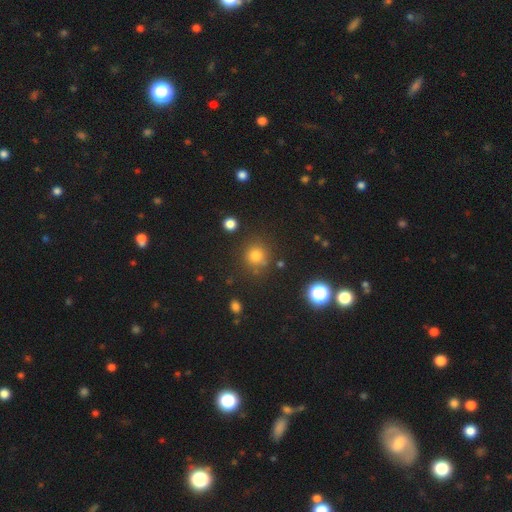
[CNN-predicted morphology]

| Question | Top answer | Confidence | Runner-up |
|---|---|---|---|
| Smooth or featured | smooth | 75% | star or artifact (19%) |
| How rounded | round | 91% | in between (8%) |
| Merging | none | 83% | minor disturbance (9%) |